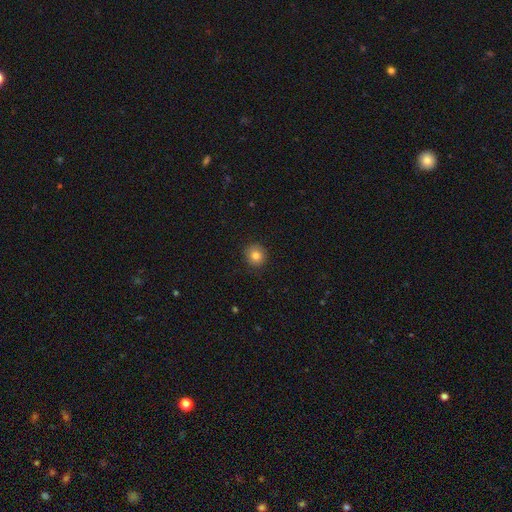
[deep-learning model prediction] This is clearly a smooth galaxy (82%). How rounded: clearly round (90%). Merging: clearly none (90%).